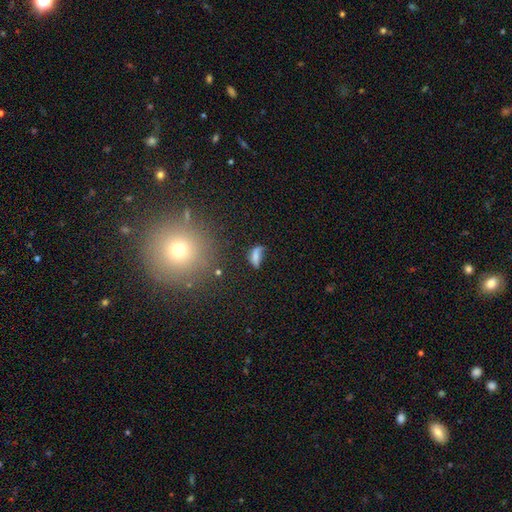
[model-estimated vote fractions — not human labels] smooth_or_featured: smooth (p=0.65) [alt: featured or disk p=0.20]
how_rounded: in between (p=0.73) [alt: cigar-shaped p=0.20]
merging: none (p=0.40) [alt: minor disturbance p=0.27]